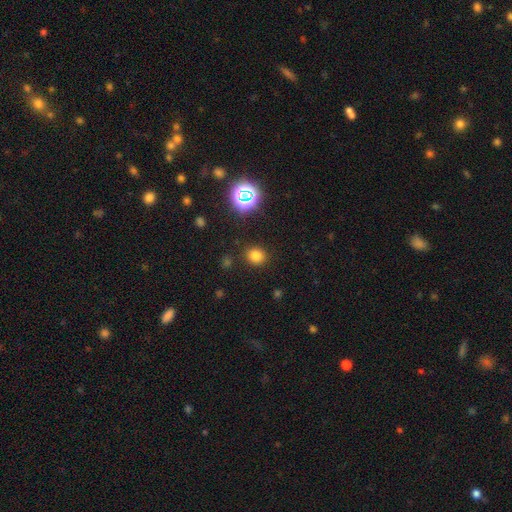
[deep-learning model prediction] smooth 76%, star or artifact 19%, featured or disk 6%. Down the decision tree: how rounded — round (79%); merging — none (88%).